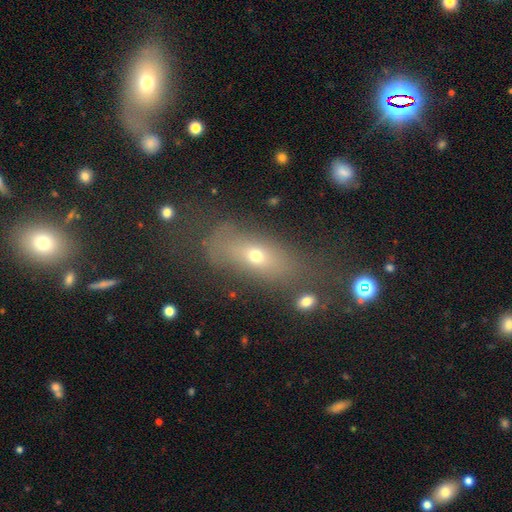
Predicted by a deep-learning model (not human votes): Overall: smooth (57%; featured or disk 27%). How rounded: in between (63%). Merging: none (55%; minor disturbance 19%).